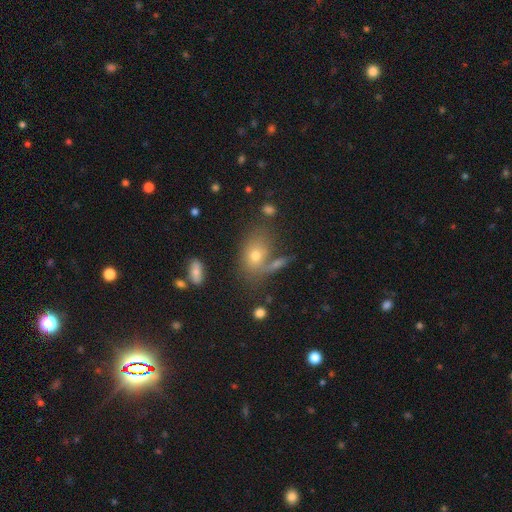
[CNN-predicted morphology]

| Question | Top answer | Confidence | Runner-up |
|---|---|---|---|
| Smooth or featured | smooth | 67% | featured or disk (19%) |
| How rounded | in between | 74% | round (23%) |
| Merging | none | 57% | merger (18%) |